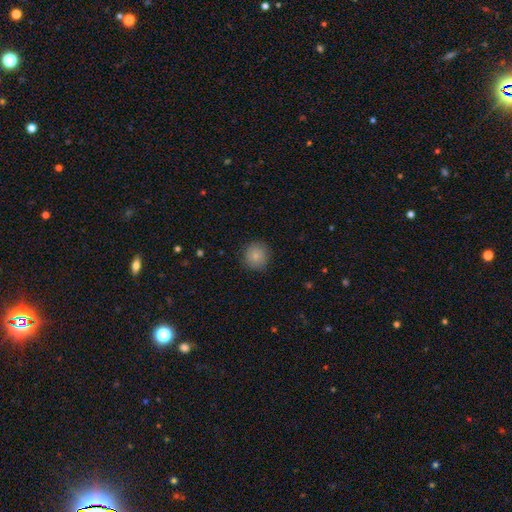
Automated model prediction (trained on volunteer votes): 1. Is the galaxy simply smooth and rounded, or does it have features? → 81% smooth, 11% featured or disk, 8% star or artifact.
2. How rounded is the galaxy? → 92% round, 8% in between, 1% cigar-shaped.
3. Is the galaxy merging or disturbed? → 84% none, 12% minor disturbance, 3% major disturbance, 1% merger.